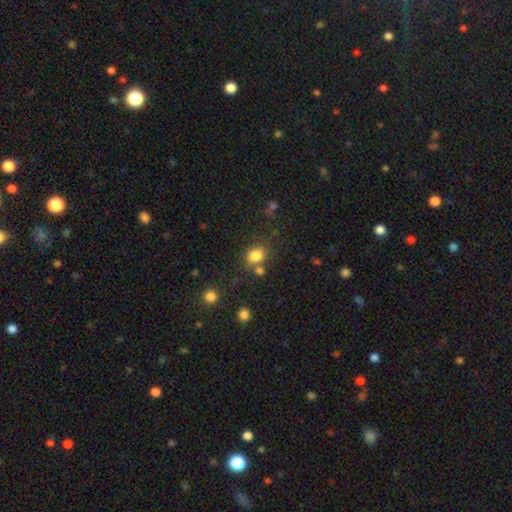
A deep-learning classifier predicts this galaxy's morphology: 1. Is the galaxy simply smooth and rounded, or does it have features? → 82% smooth, 12% star or artifact, 6% featured or disk.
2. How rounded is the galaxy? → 53% in between, 46% round, 1% cigar-shaped.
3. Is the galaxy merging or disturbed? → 63% none, 17% merger, 14% minor disturbance, 6% major disturbance.